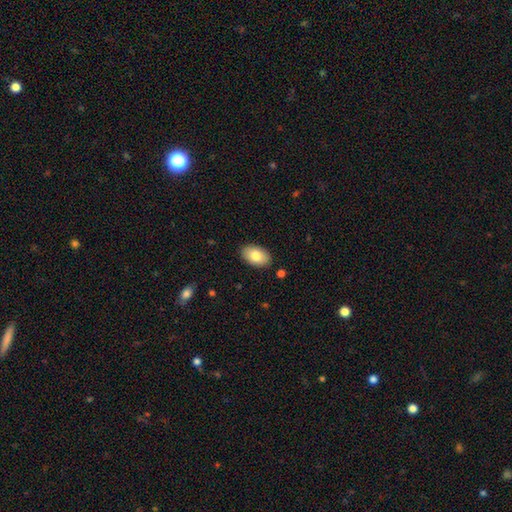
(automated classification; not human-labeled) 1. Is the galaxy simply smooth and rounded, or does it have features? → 81% smooth, 12% featured or disk, 6% star or artifact.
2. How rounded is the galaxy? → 93% in between, 6% round, 1% cigar-shaped.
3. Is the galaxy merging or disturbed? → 88% none, 9% minor disturbance, 2% major disturbance, 1% merger.